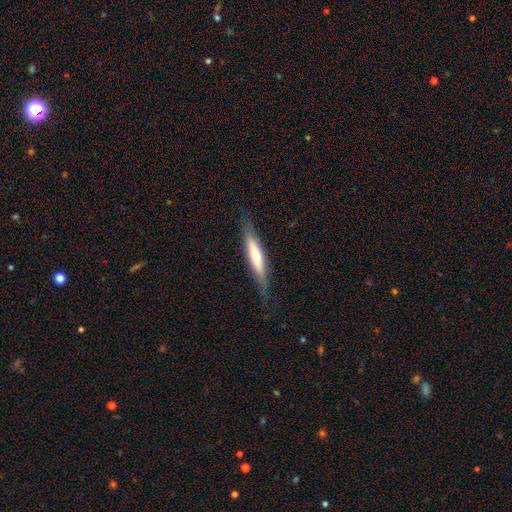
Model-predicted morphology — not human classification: A smooth galaxy with no disk features (49%). Merging: none (79%).